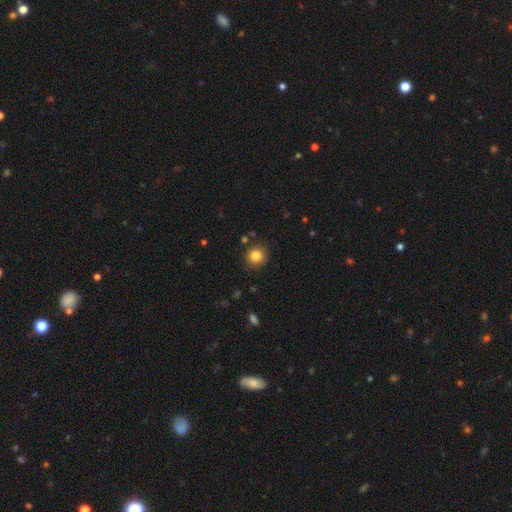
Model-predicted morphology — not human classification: Smooth or featured: smooth — 84% (star or artifact — 11%)
How rounded: round — 90% (in between — 9%)
Merging: none — 88% (minor disturbance — 8%)